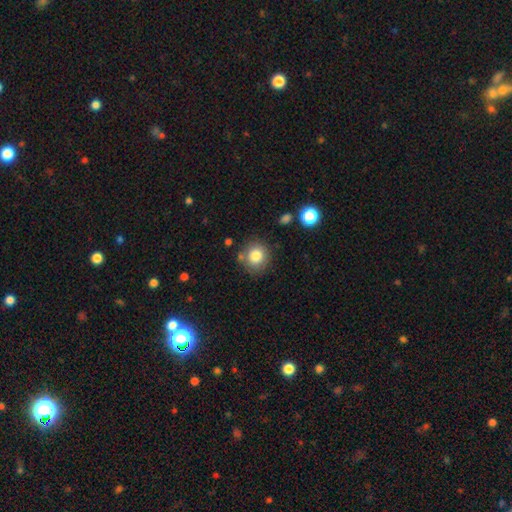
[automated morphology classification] A smooth galaxy with no disk features (82%) that is round (88%). Merging: none (79%).